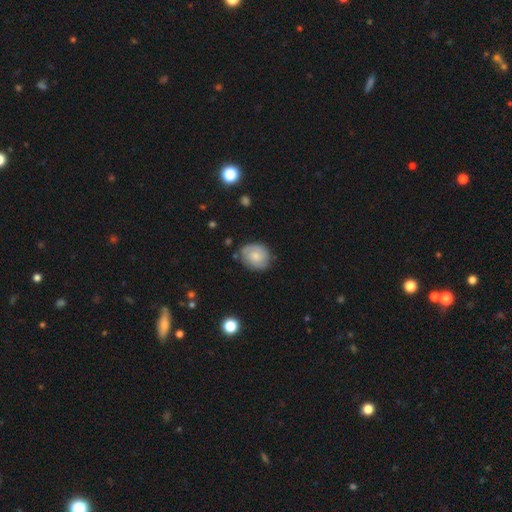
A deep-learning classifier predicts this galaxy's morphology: Overall: smooth (47%; featured or disk 45%). Merging: none (73%).